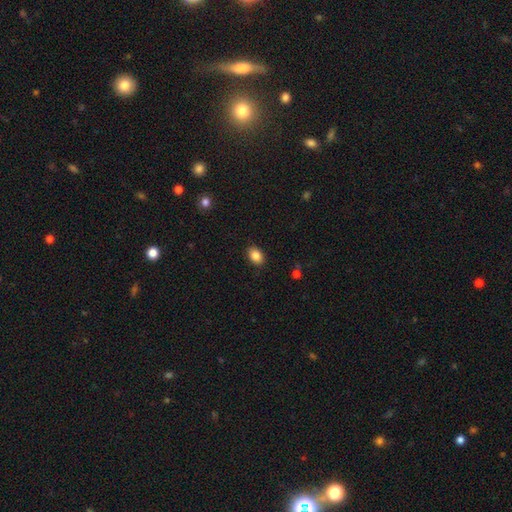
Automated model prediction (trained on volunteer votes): Smooth or featured? smooth (86%)
How rounded? in between (78%)
Merging? none (88%)